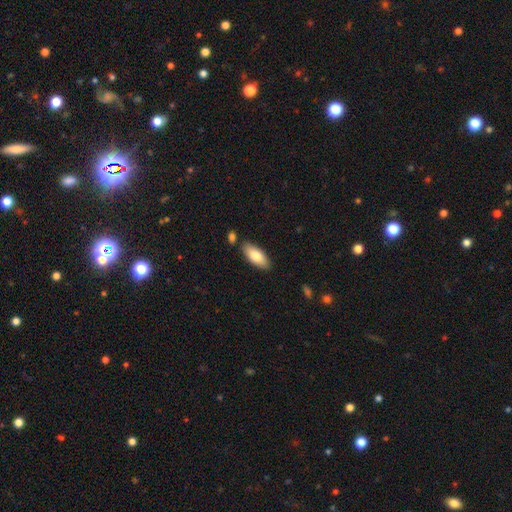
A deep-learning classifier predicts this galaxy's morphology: Smooth or featured: smooth — 79% (featured or disk — 15%)
How rounded: in between — 84% (cigar-shaped — 14%)
Merging: none — 83% (minor disturbance — 10%)